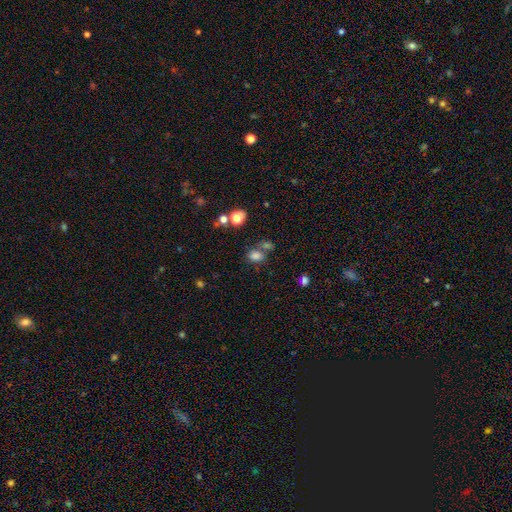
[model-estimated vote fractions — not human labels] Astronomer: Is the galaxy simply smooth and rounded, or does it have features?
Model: smooth — 77%.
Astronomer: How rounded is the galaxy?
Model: in between — 74%.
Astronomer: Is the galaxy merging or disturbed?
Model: none — 53%.